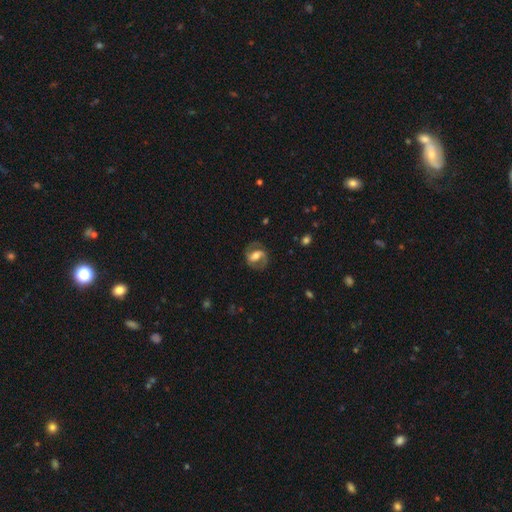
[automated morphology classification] type=featured or disk (75%); edge-on=no (96%); bar=strong (41%); spiral arms=yes (88%); winding=medium (53%); arm count=2 (88%); bulge=moderate (61%); merging=none (77%).